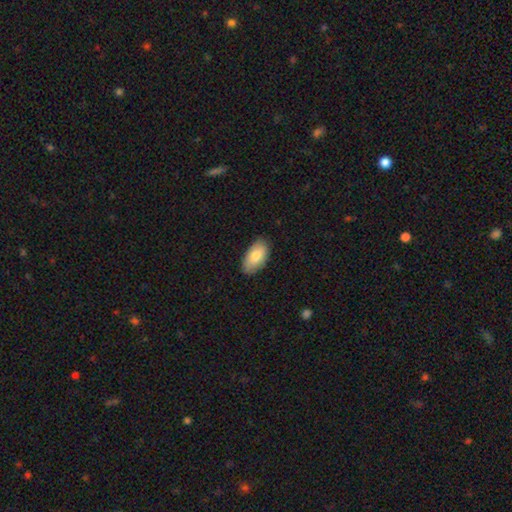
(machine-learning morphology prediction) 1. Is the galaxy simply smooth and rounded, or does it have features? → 81% smooth, 13% featured or disk, 6% star or artifact.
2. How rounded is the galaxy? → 94% in between, 3% round, 3% cigar-shaped.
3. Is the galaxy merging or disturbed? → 85% none, 12% minor disturbance, 2% major disturbance, 1% merger.